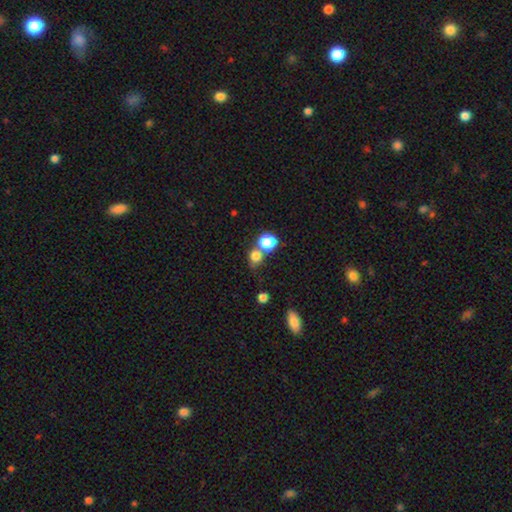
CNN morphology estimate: This is likely a smooth galaxy (79%). How rounded: likely round (72%). Merging: possibly none (54%).